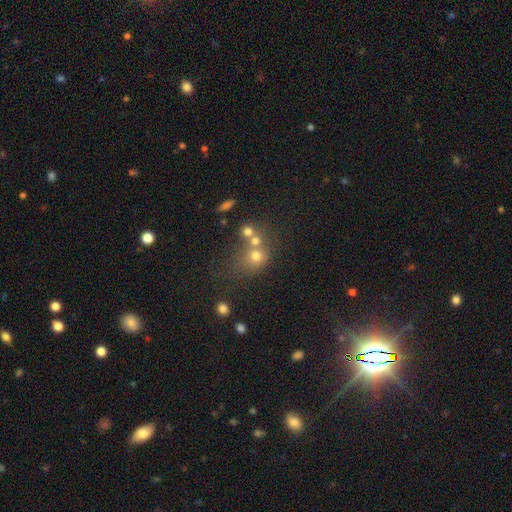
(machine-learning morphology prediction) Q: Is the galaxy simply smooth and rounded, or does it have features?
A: smooth — 65%.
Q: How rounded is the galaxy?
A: round — 73%.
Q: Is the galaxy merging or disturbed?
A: merger — 41%, tied with none.